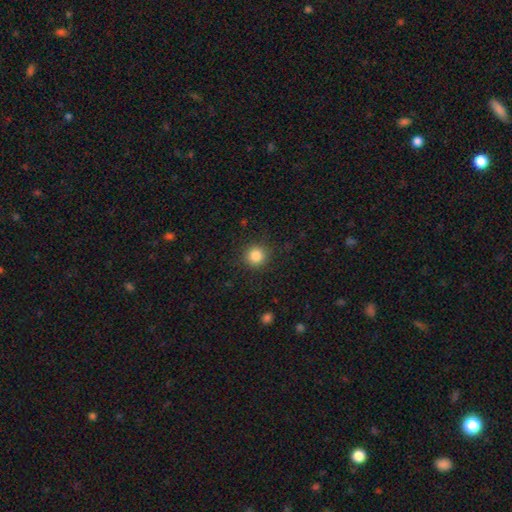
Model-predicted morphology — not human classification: A smooth galaxy with no disk features (85%) that is round (94%).

Vote fractions:
- Smooth or featured? smooth: 85% / star or artifact: 10% / featured or disk: 4%
- How rounded? round: 94% / in between: 5% / cigar-shaped: 1%
- Merging? none: 89% / minor disturbance: 7% / major disturbance: 3% / merger: 1%